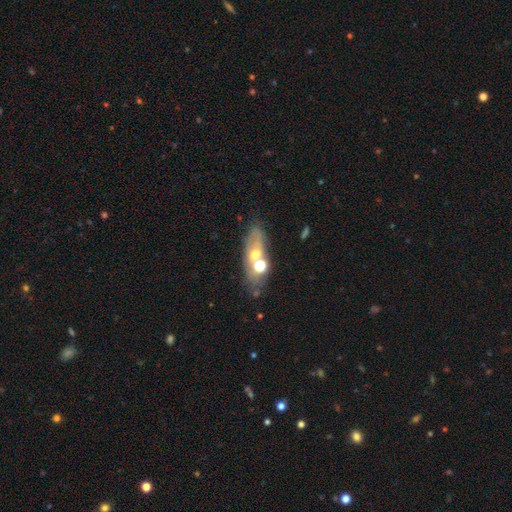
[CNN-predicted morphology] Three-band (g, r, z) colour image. It shows a featured or disk galaxy (47%). Merging: none (58%).